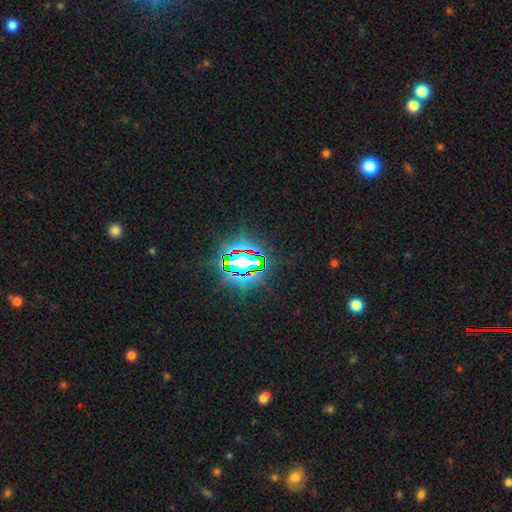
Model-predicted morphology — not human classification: smooth_or_featured: star or artifact (p=0.85) [alt: smooth p=0.09]